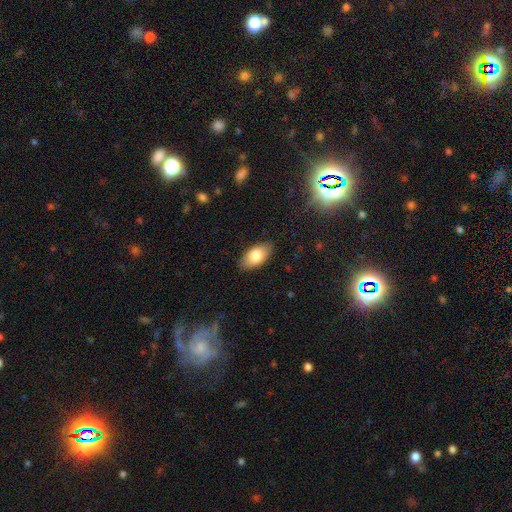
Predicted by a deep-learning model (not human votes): Smooth or featured? smooth (80%)
How rounded? in between (93%)
Merging? none (86%)